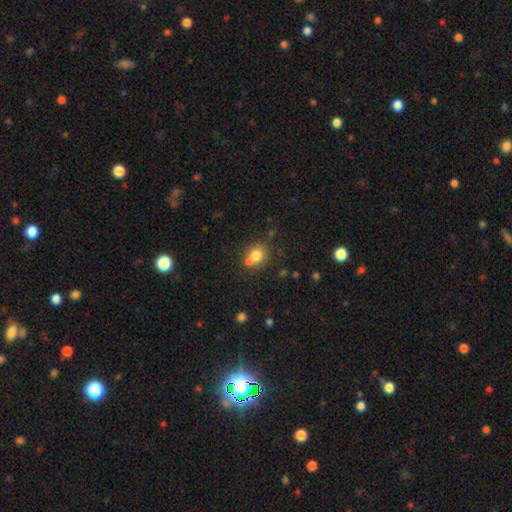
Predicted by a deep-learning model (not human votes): Smooth or featured: smooth — 77% (star or artifact — 12%)
How rounded: round — 79% (in between — 20%)
Merging: none — 55% (merger — 30%)